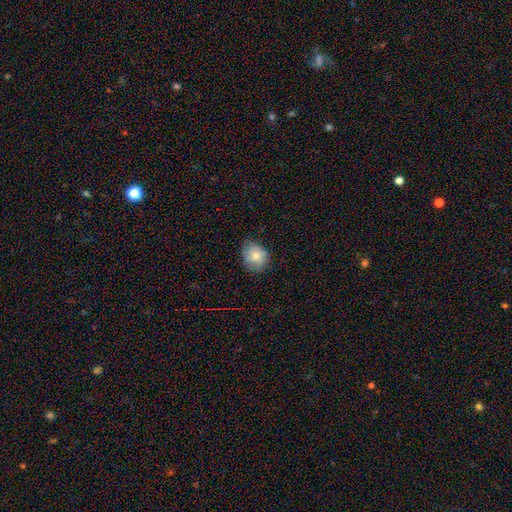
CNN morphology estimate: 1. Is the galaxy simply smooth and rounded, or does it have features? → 75% smooth, 18% featured or disk, 8% star or artifact.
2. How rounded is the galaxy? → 63% round, 36% in between, 1% cigar-shaped.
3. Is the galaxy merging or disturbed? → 72% none, 23% minor disturbance, 4% major disturbance, 1% merger.